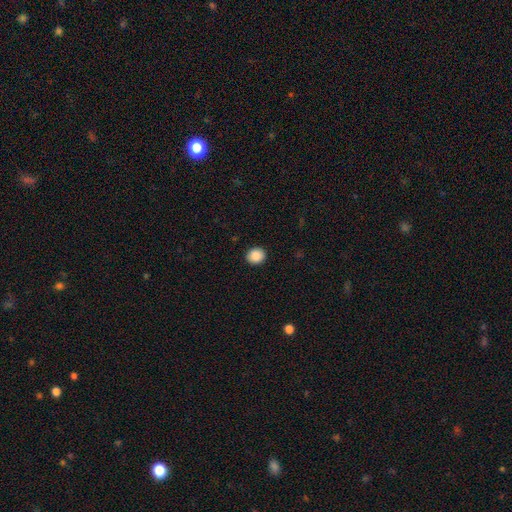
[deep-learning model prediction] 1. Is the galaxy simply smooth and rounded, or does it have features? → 89% smooth, 8% star or artifact, 3% featured or disk.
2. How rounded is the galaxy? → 82% round, 17% in between, 1% cigar-shaped.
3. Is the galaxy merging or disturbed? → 92% none, 5% minor disturbance, 2% major disturbance, 1% merger.